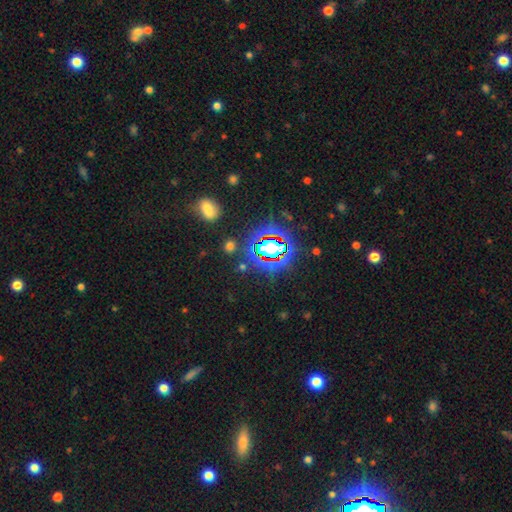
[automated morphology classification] smooth_or_featured: star or artifact (p=0.81) [alt: smooth p=0.12]